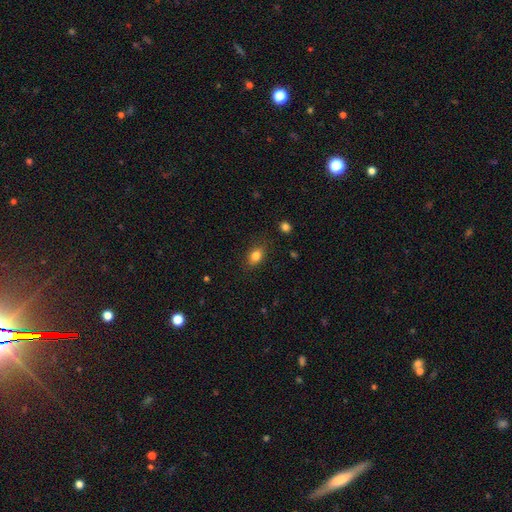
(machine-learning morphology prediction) Smooth or featured?
  - smooth: 83% *
  - star or artifact: 10%
  - featured or disk: 8%
How rounded?
  - in between: 77% *
  - round: 21%
  - cigar-shaped: 2%
Merging?
  - none: 83% *
  - minor disturbance: 13%
  - major disturbance: 3%
  - merger: 1%